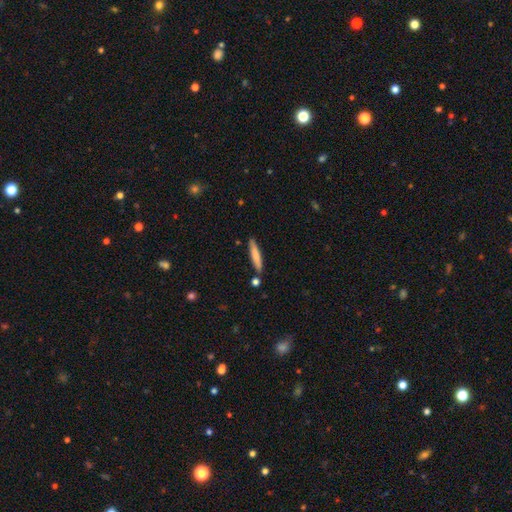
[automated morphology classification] Smooth or featured?
  - smooth: 73% *
  - featured or disk: 22%
  - star or artifact: 6%
How rounded?
  - cigar-shaped: 91% *
  - in between: 7%
  - round: 1%
Merging?
  - none: 82% *
  - minor disturbance: 10%
  - merger: 5%
  - major disturbance: 2%